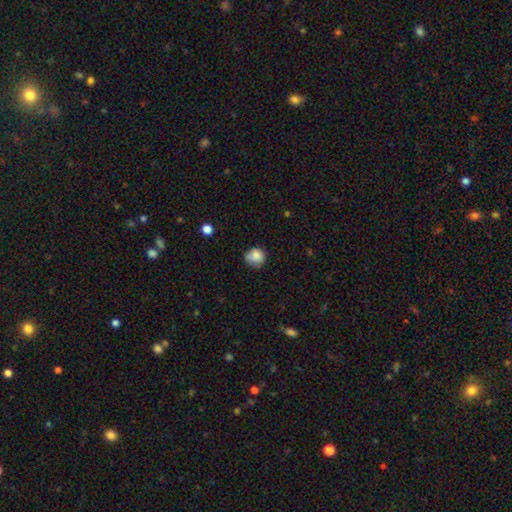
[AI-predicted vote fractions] Morphology: type=smooth (82%); roundness=round (81%); merging=none (60%).